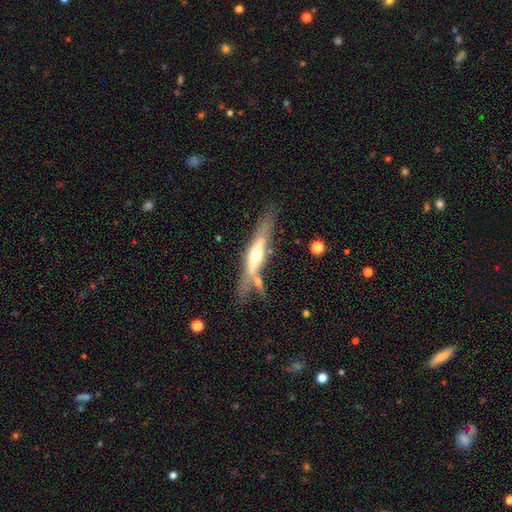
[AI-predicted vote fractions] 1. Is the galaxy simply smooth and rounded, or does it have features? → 67% featured or disk, 27% smooth, 6% star or artifact.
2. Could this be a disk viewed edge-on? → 85% yes, 15% no.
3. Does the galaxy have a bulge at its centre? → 85% rounded, 8% none, 7% boxy.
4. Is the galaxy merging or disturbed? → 58% none, 18% minor disturbance, 16% merger, 8% major disturbance.